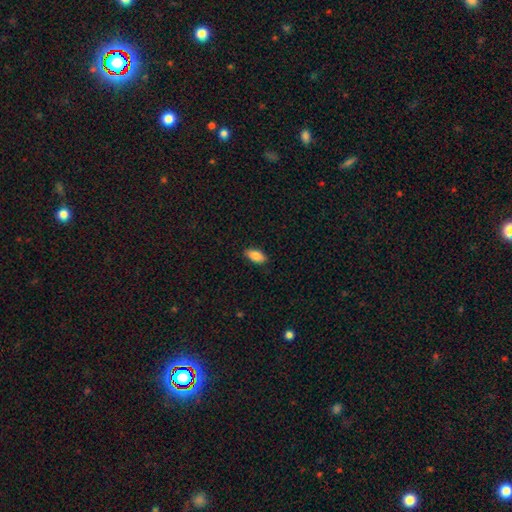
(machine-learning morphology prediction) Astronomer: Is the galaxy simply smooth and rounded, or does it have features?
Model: smooth — 87%.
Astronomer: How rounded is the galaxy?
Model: in between — 90%.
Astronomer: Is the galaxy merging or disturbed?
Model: none — 88%.